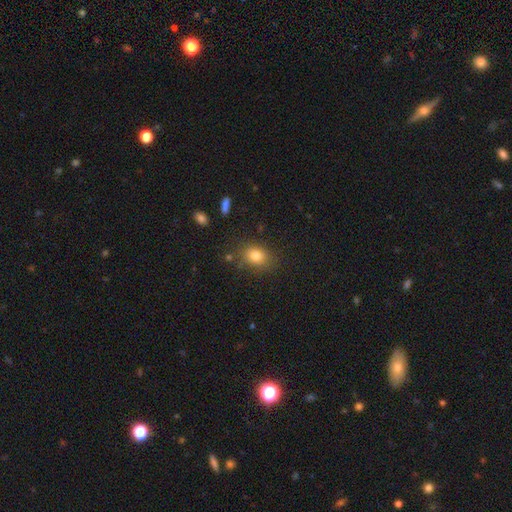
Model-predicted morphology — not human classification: This is clearly a smooth galaxy (81%). How rounded: likely in between (60%). Merging: likely none (79%).